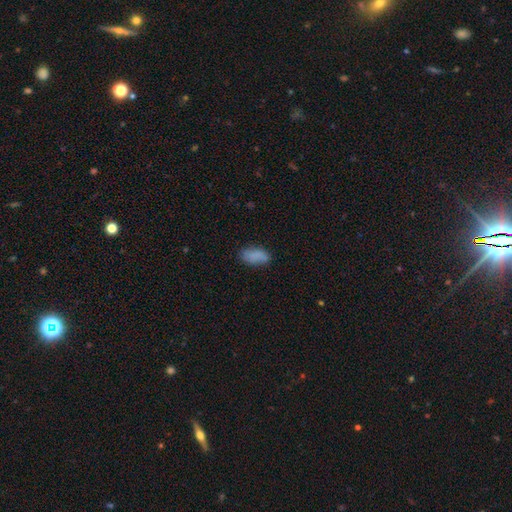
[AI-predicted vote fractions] Smooth or featured: smooth — 84% (star or artifact — 8%)
How rounded: in between — 91% (cigar-shaped — 6%)
Merging: none — 71% (minor disturbance — 21%)